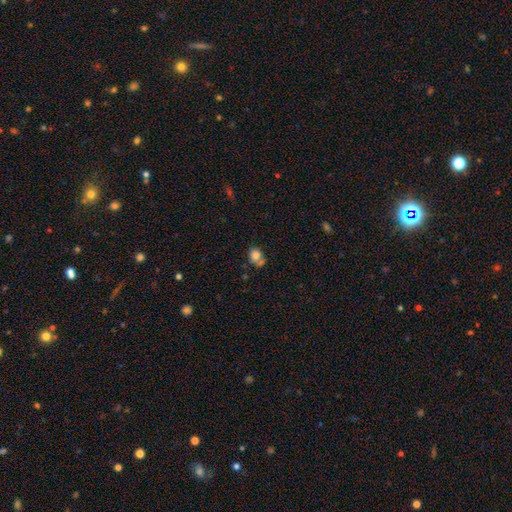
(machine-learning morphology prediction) smooth 78%, featured or disk 11%, star or artifact 10%. Down the decision tree: how rounded — round (53%); merging — none (47%).